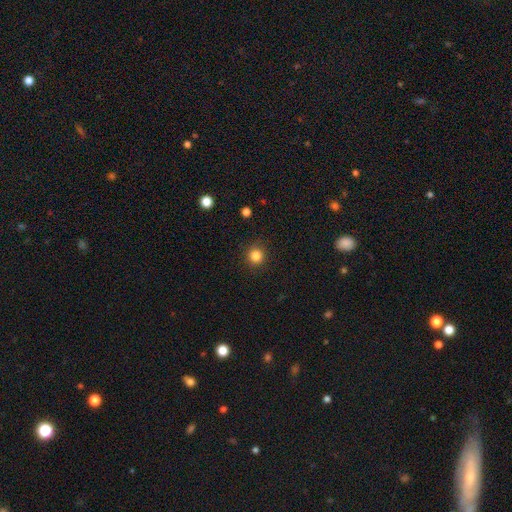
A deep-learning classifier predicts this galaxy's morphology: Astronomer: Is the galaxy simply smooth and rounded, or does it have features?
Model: smooth — 84%.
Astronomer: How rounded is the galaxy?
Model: round — 94%.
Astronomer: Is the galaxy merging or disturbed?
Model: none — 90%.